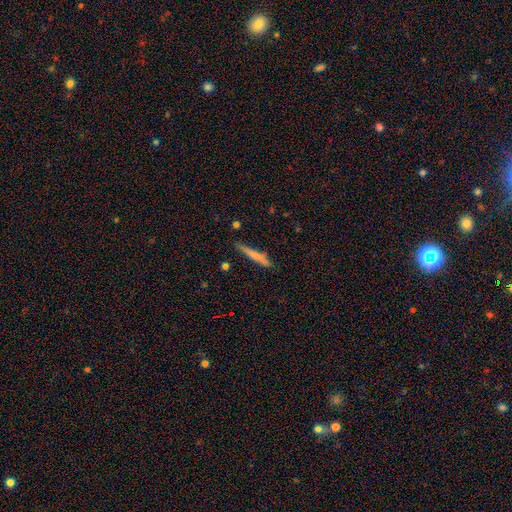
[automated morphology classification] Overall: smooth (68%). How rounded: cigar-shaped (94%). Merging: none (78%).